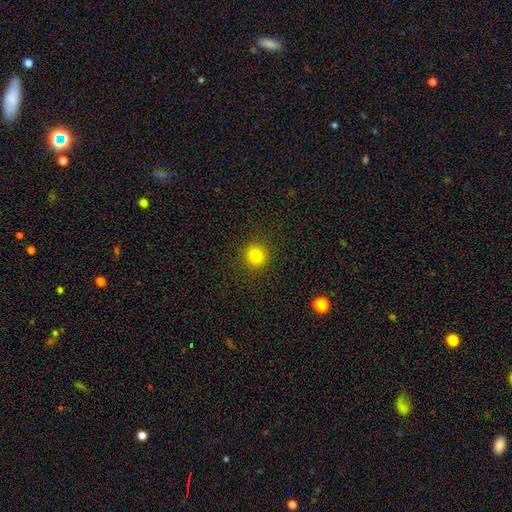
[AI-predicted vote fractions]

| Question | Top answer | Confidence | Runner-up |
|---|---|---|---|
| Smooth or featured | smooth | 81% | star or artifact (13%) |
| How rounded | round | 91% | in between (8%) |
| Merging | none | 91% | minor disturbance (6%) |